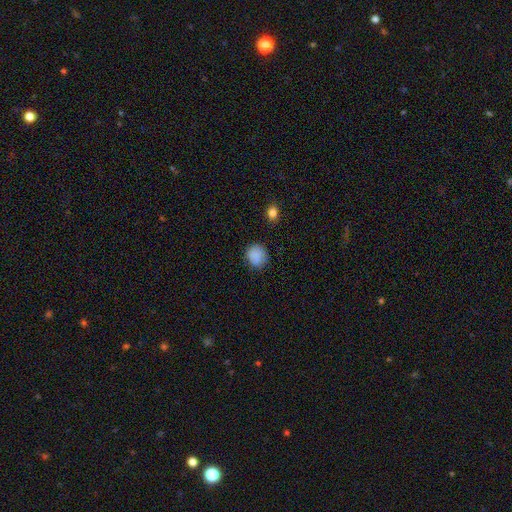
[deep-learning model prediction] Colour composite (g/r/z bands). It shows a smooth galaxy with no disk features (87%) that is round (79%). Merging: none (80%).